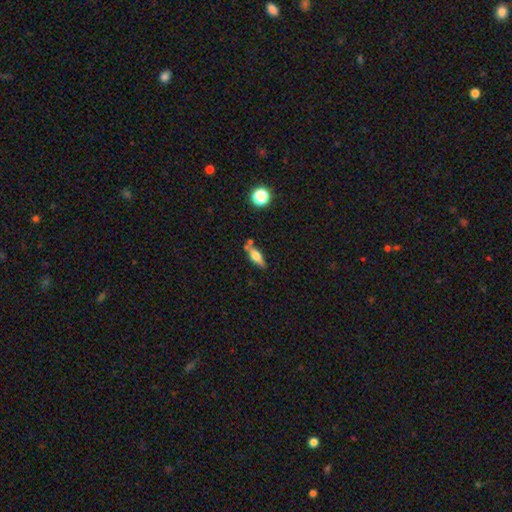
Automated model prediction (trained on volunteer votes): Smooth or featured?
  - smooth: 56% *
  - featured or disk: 36%
  - star or artifact: 8%
How rounded?
  - in between: 51% *
  - cigar-shaped: 45%
  - round: 4%
Merging?
  - none: 64% *
  - minor disturbance: 17%
  - merger: 14%
  - major disturbance: 5%